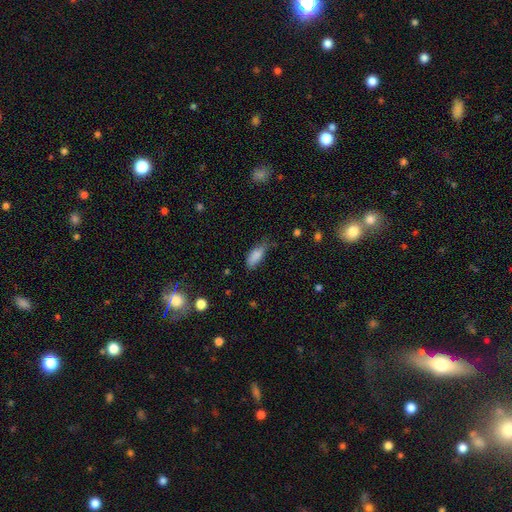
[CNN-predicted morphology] type=smooth (85%); roundness=in between (82%); merging=none (49%).